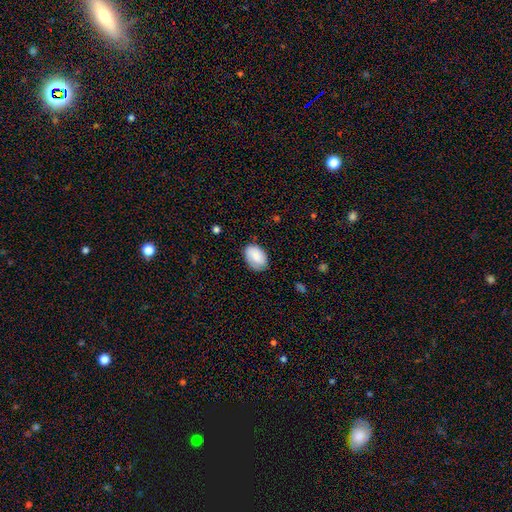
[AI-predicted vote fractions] The model was most divided on "merging": none: 73%, minor disturbance: 21%, major disturbance: 5%, merger: 1%. More confident: how rounded — in between (86%); smooth or featured — smooth (80%).